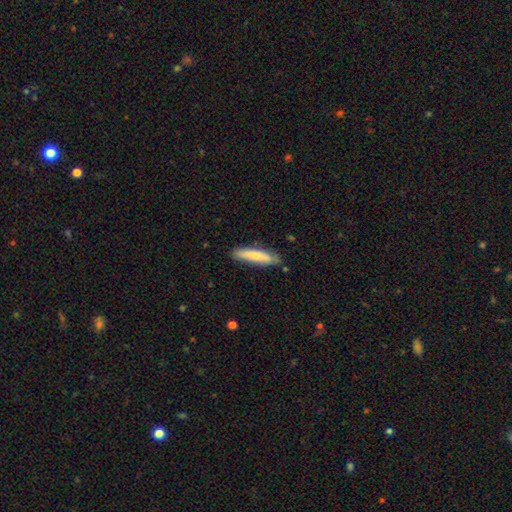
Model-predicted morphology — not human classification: This is likely a smooth galaxy (74%). How rounded: clearly cigar-shaped (83%). Merging: clearly none (80%).